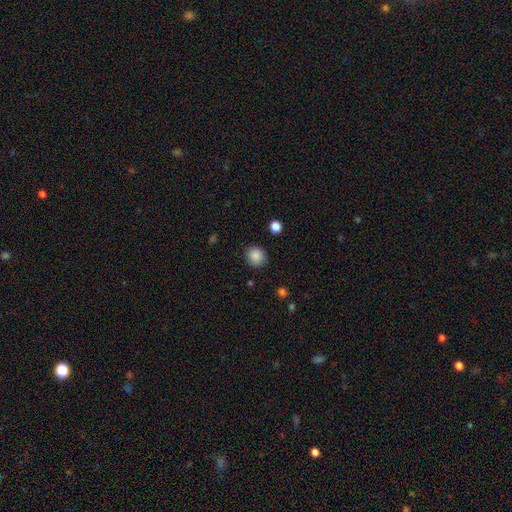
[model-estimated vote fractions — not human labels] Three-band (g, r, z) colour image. It shows a smooth galaxy with no disk features (87%) that is round (86%). Merging: none (87%).